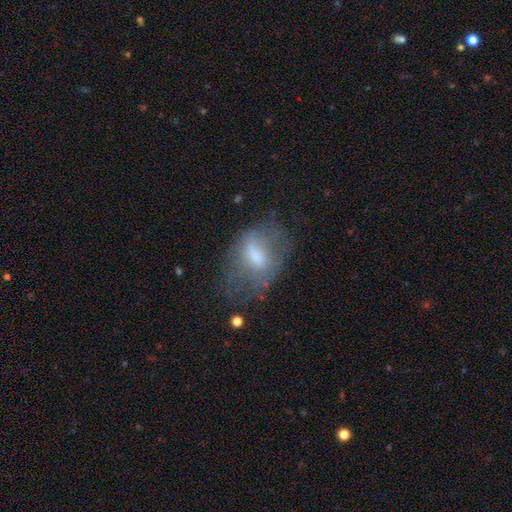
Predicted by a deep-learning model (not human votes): This appears to be a smooth galaxy with no disk features (51%) that is in between round and cigar-shaped (76%). Merging: none (43%).